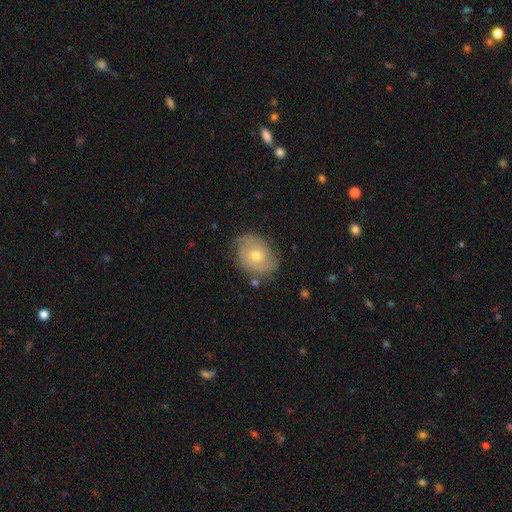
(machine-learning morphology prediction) This is likely a featured or disk galaxy (73%). It is clearly not viewed edge-on (97%). Bar: likely no (72%). Spiral arm pattern: clearly yes (89%). Spiral arm count: likely 2 (64%). Spiral winding: possibly tight (59%). Central bulge: likely moderate (64%). Merging: likely none (76%).